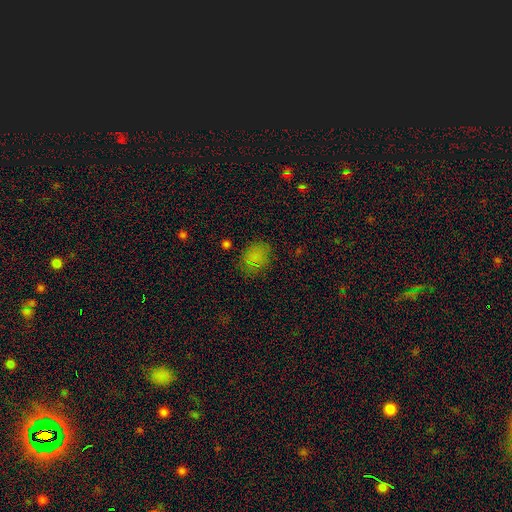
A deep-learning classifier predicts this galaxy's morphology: A smooth galaxy with no disk features (72%) that is round (53%). Merging: none (78%).